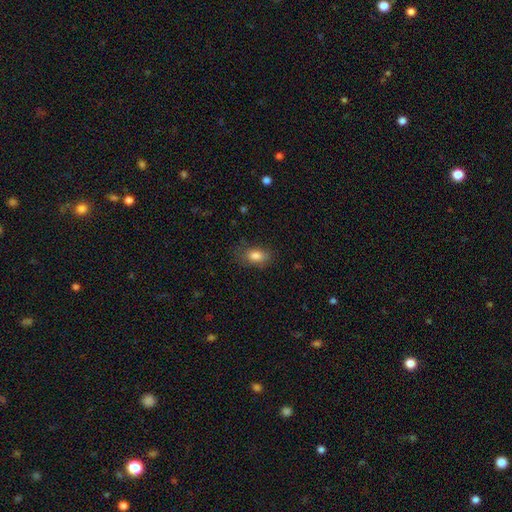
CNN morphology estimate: Smooth or featured? smooth (83%)
How rounded? in between (85%)
Merging? none (73%)